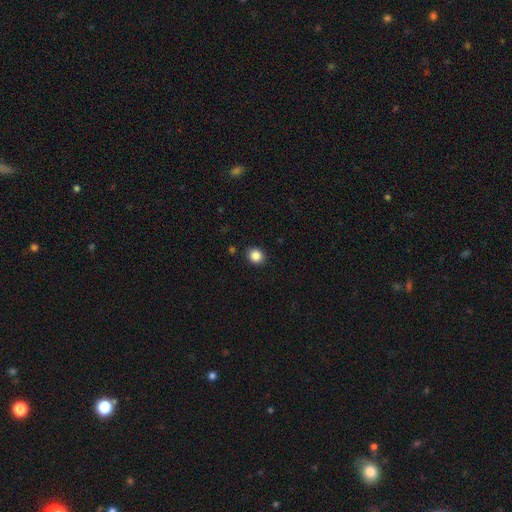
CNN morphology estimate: smooth_or_featured: smooth (p=0.86) [alt: star or artifact p=0.10]
how_rounded: round (p=0.75) [alt: in between p=0.24]
merging: none (p=0.91) [alt: minor disturbance p=0.06]